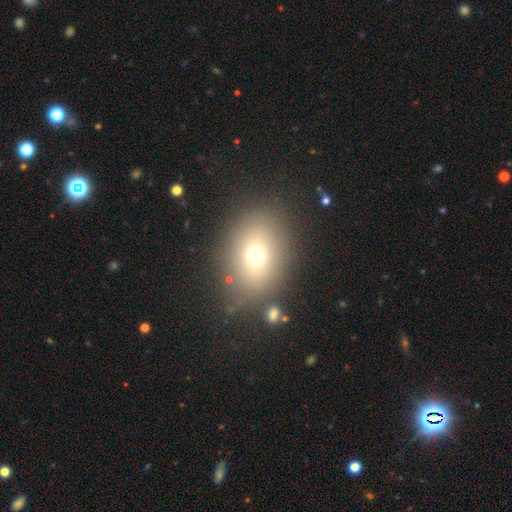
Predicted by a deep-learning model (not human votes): Smooth or featured? Predicted: smooth (p=0.68). How rounded? Predicted: in between (p=0.56). Merging? Predicted: none (p=0.78).